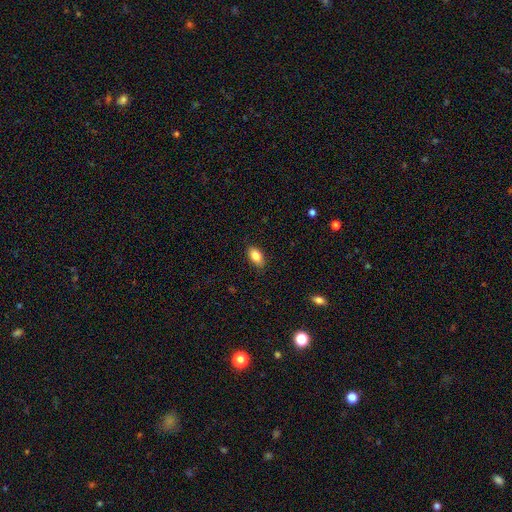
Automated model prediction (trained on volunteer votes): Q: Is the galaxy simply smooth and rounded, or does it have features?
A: smooth — 85%.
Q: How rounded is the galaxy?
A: in between — 90%.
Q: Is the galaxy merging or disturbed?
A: none — 85%.